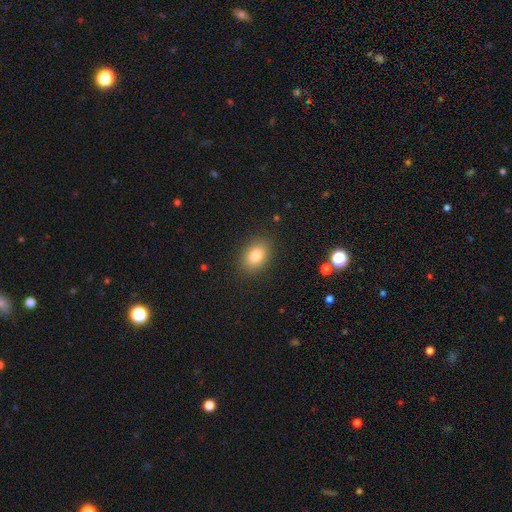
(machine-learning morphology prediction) This appears to be a smooth galaxy with no disk features (81%) that is in between round and cigar-shaped (77%). Merging: none (88%).